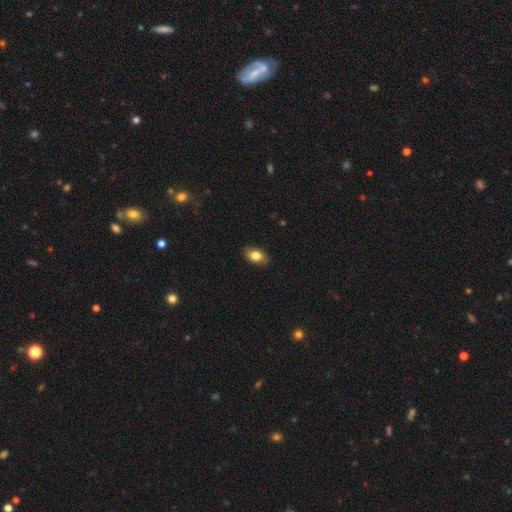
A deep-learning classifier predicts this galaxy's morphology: type=smooth (83%); roundness=in between (87%); merging=none (84%).